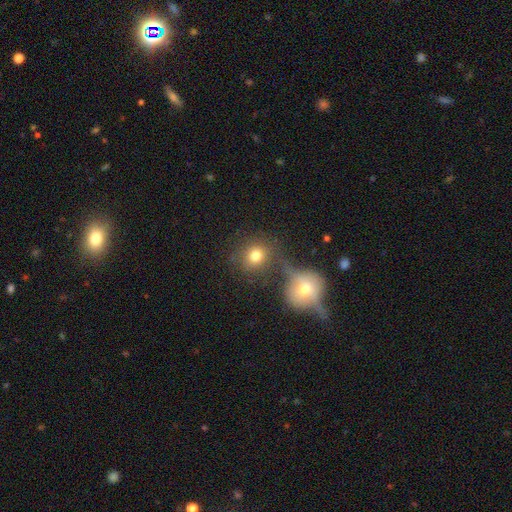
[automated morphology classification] Overall: smooth (75%). How rounded: round (82%). Merging: none (56%; merger 29%).